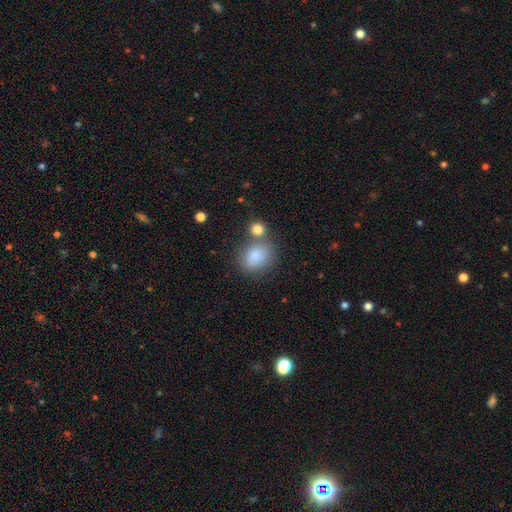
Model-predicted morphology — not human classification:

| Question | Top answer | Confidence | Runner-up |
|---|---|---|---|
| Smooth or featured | smooth | 84% | star or artifact (8%) |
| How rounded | round | 58% | in between (41%) |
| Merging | none | 58% | merger (22%) |